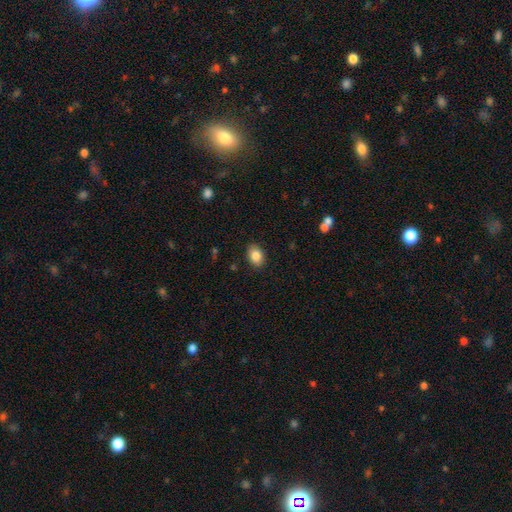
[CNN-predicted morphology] Smooth or featured? smooth (85%)
How rounded? in between (78%)
Merging? none (88%)